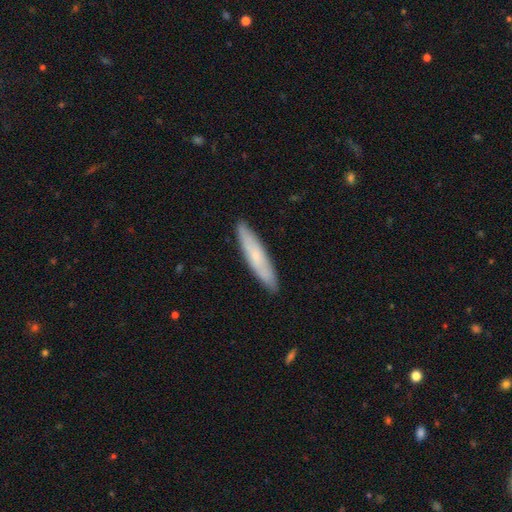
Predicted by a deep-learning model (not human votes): Q: Smooth or featured?
A: smooth (59%); runner-up: featured or disk (34%)
Q: How rounded?
A: cigar-shaped (87%); runner-up: in between (12%)
Q: Merging?
A: none (89%); runner-up: minor disturbance (8%)